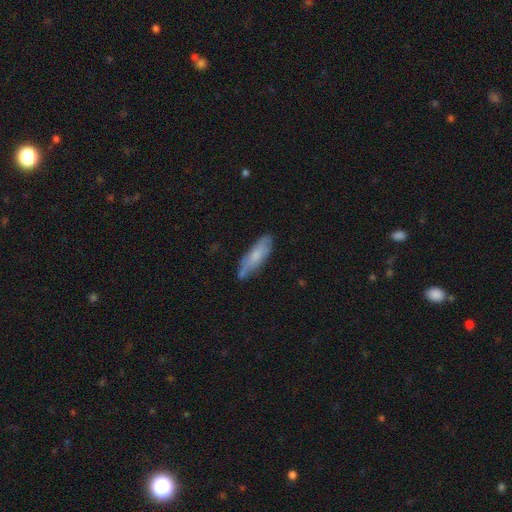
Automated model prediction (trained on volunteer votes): Smooth or featured: smooth — 67% (featured or disk — 27%)
How rounded: cigar-shaped — 55% (in between — 44%)
Merging: none — 69% (minor disturbance — 22%)